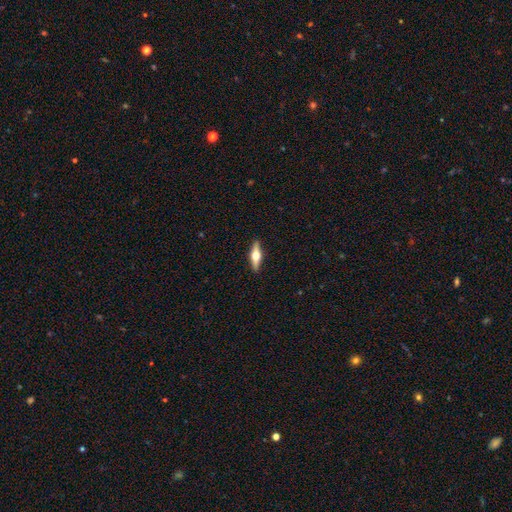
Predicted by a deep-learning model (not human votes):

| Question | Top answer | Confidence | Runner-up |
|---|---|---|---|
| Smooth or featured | featured or disk | 65% | smooth (29%) |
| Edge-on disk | yes | 96% | no (4%) |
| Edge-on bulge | rounded | 96% | boxy (2%) |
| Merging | none | 91% | minor disturbance (7%) |